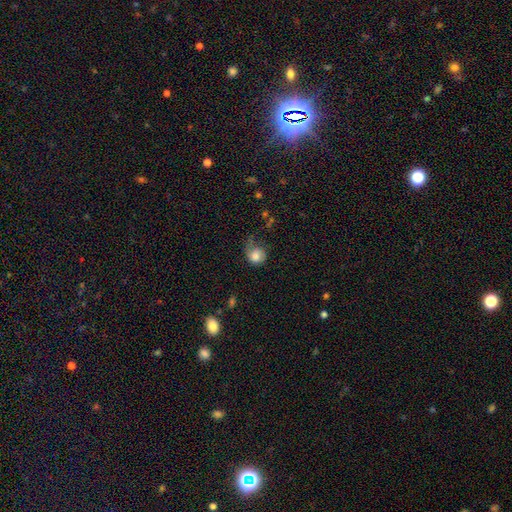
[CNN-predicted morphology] smooth 74%, featured or disk 18%, star or artifact 8%. Down the decision tree: how rounded — round (72%); merging — major disturbance (37%).